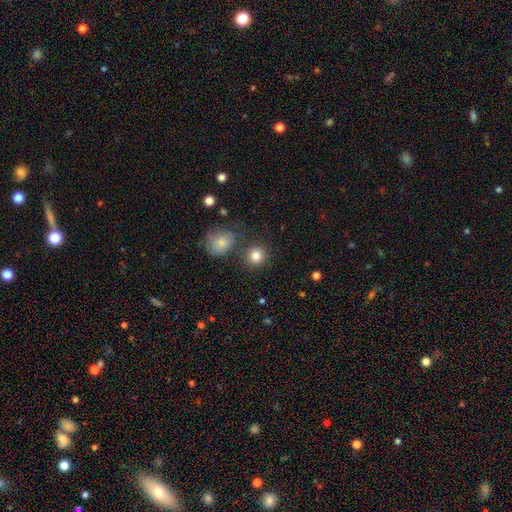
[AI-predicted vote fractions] This appears to be a smooth galaxy with no disk features (83%) that is round (88%). Merging: none (76%).